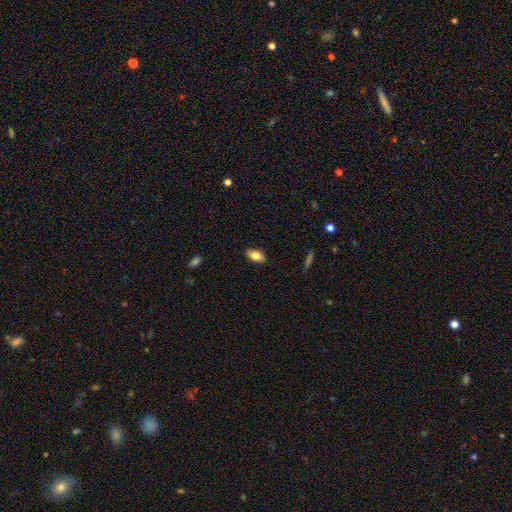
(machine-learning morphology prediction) smooth-or-featured: smooth: 80% | featured or disk: 13% | star or artifact: 7%
  how-rounded: in between: 90% | round: 5% | cigar-shaped: 5%
  merging: none: 86% | minor disturbance: 11% | major disturbance: 2% | merger: 1%